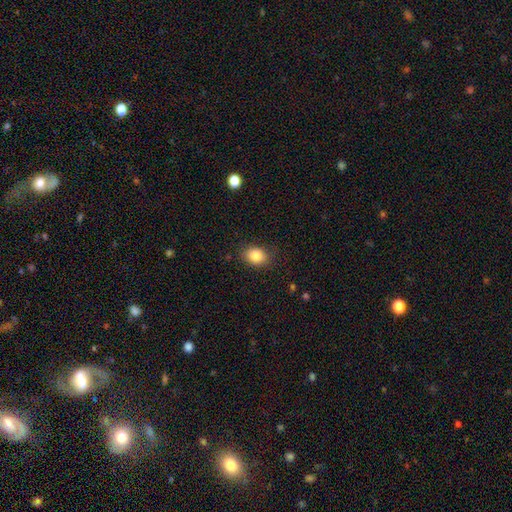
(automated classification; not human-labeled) smooth_or_featured: smooth (p=0.84) [alt: star or artifact p=0.09]
how_rounded: in between (p=0.61) [alt: round p=0.38]
merging: none (p=0.84) [alt: minor disturbance p=0.12]